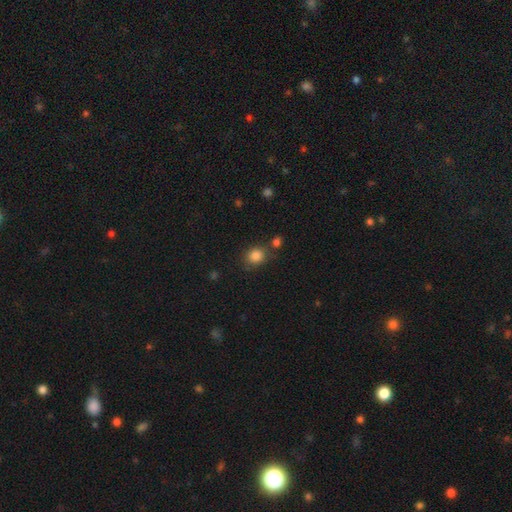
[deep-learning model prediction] A smooth galaxy with no disk features (84%) that is round (70%). Merging: none (72%).